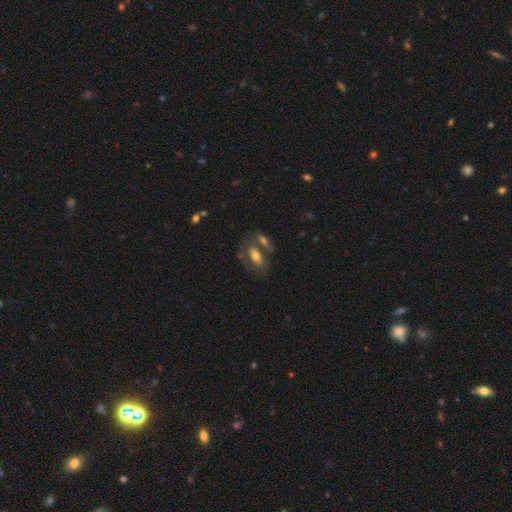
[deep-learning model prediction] A smooth galaxy with no disk features (51%) that is in between round and cigar-shaped (79%). Merging: none (48%).